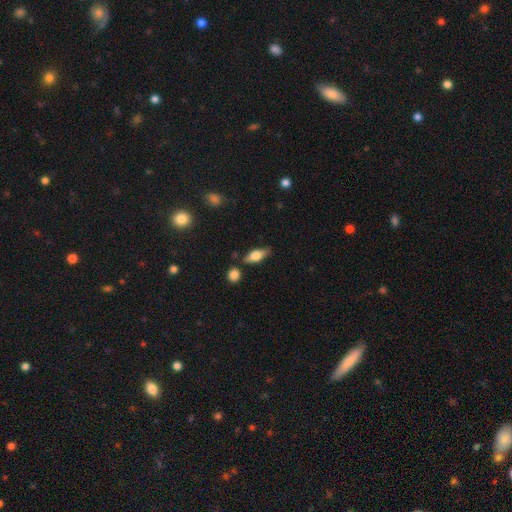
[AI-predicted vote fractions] A smooth galaxy with no disk features (58%) that is in between round and cigar-shaped (67%). Merging: none (78%).